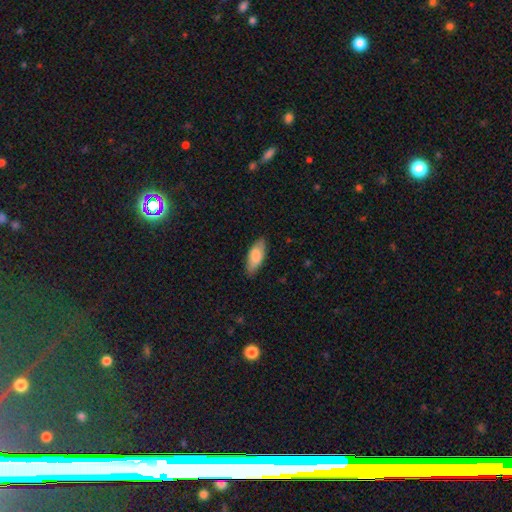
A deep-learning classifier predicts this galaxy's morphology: Overall: smooth (80%). How rounded: in between (84%). Merging: none (79%).